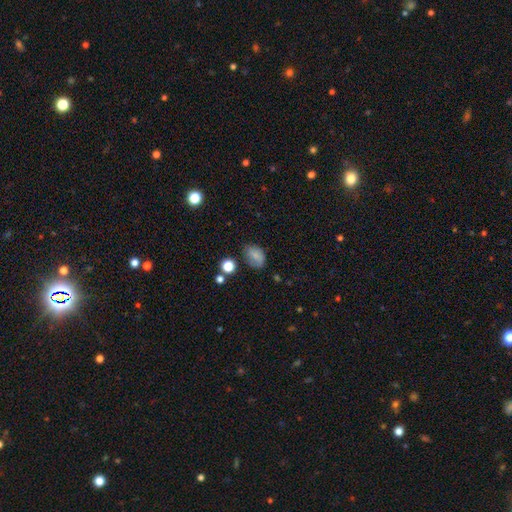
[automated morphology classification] This appears to be a smooth galaxy with no disk features (76%) that is in between round and cigar-shaped (77%). Merging: none (58%).